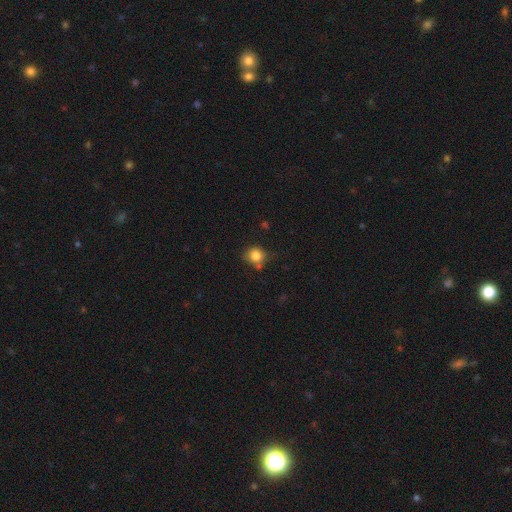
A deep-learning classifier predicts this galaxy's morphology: Smooth or featured: smooth — 83% (star or artifact — 11%)
How rounded: round — 83% (in between — 16%)
Merging: none — 69% (minor disturbance — 18%)